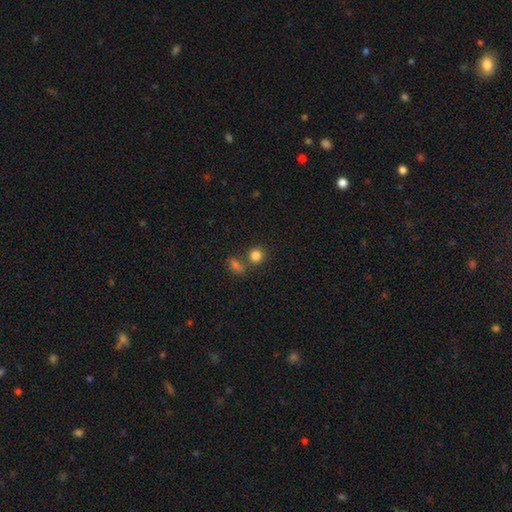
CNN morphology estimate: A smooth galaxy with no disk features (83%) that is round (88%). Merging: none (68%).